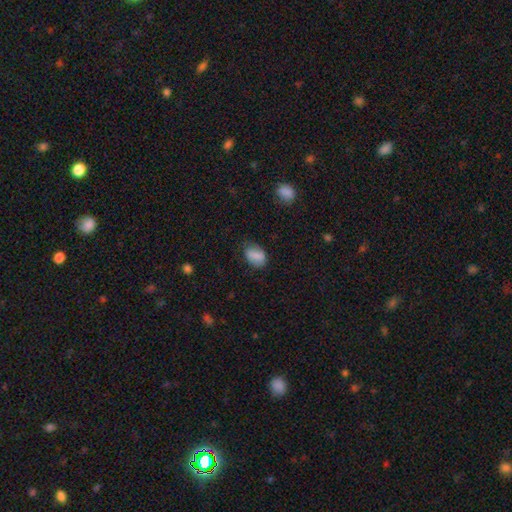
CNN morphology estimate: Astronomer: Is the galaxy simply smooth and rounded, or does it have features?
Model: smooth — 79%.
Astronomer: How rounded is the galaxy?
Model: in between — 81%.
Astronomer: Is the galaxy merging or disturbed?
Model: none — 64%.